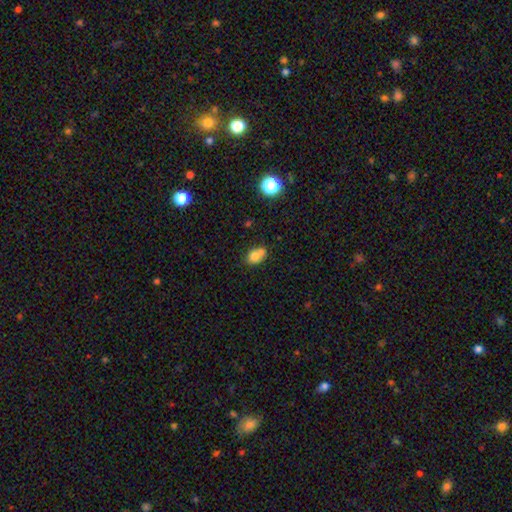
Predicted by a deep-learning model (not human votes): Morphology: type=smooth (73%); roundness=in between (51%); merging=merger (46%).